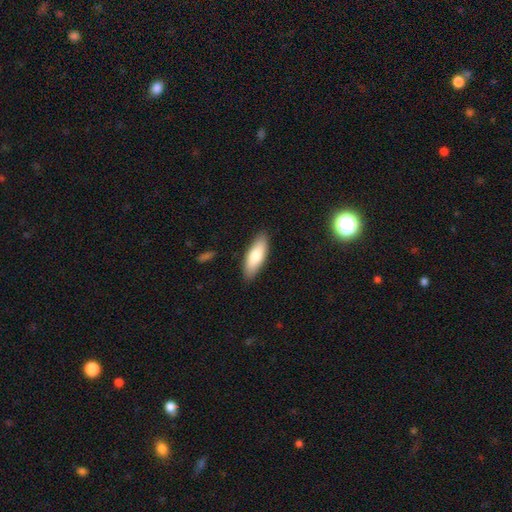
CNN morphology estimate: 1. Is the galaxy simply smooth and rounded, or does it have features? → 75% smooth, 19% featured or disk, 6% star or artifact.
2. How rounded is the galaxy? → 69% in between, 29% cigar-shaped, 2% round.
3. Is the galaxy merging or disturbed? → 87% none, 10% minor disturbance, 2% major disturbance, 1% merger.